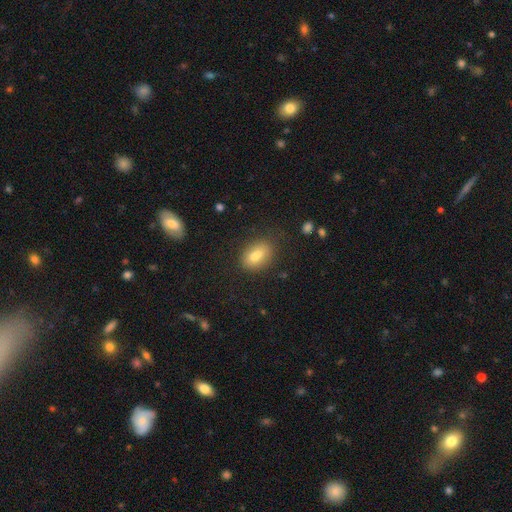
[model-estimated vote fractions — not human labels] Q: Smooth or featured?
A: smooth (76%); runner-up: featured or disk (14%)
Q: How rounded?
A: in between (81%); runner-up: round (17%)
Q: Merging?
A: none (65%); runner-up: minor disturbance (19%)